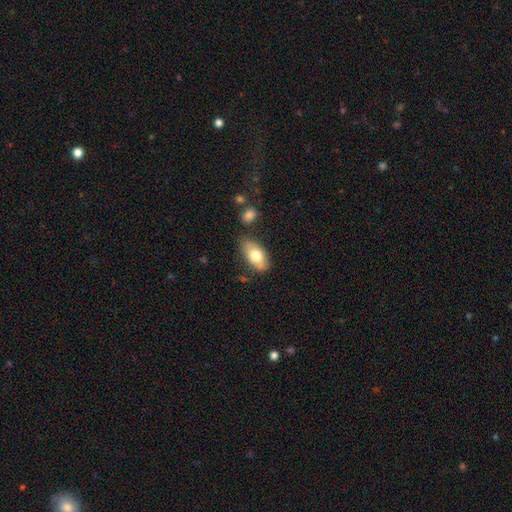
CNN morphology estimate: Smooth or featured? Predicted: smooth (p=0.73). How rounded? Predicted: in between (p=0.90). Merging? Predicted: none (p=0.74).